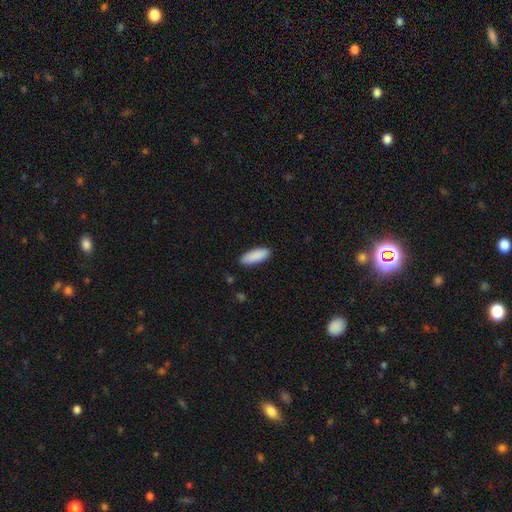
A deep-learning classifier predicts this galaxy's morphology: smooth 90%, star or artifact 6%, featured or disk 4%. Down the decision tree: how rounded — in between (70%); merging — none (87%).